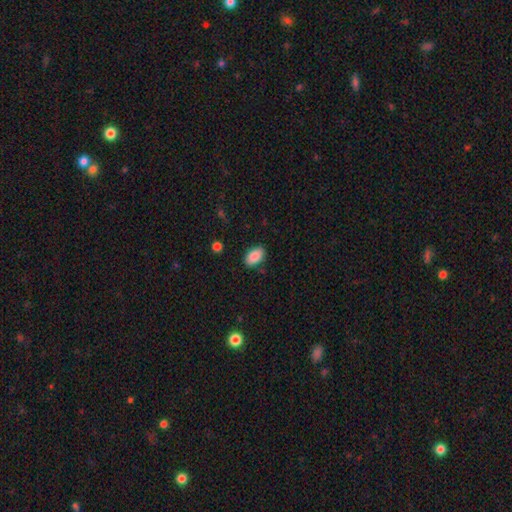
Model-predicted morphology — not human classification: This is clearly a smooth galaxy (88%). How rounded: clearly in between (92%). Merging: clearly none (83%).